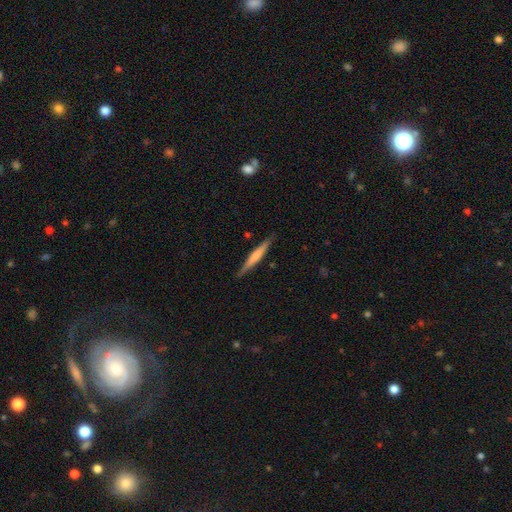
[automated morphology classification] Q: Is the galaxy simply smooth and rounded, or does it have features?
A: smooth — 48%.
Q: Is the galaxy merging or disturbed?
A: none — 88%.